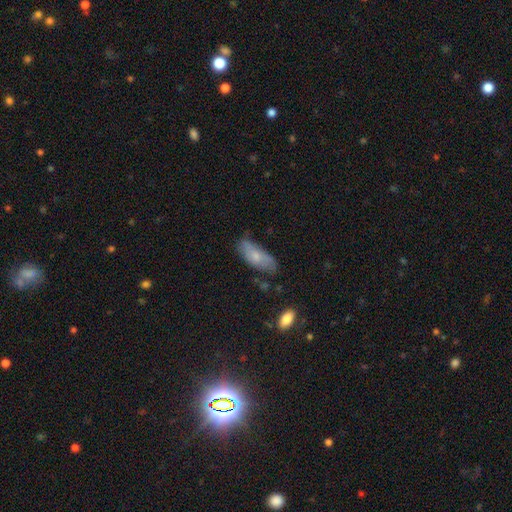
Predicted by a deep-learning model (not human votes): Smooth or featured: smooth — 68% (featured or disk — 25%)
How rounded: in between — 79% (cigar-shaped — 19%)
Merging: none — 56% (minor disturbance — 32%)